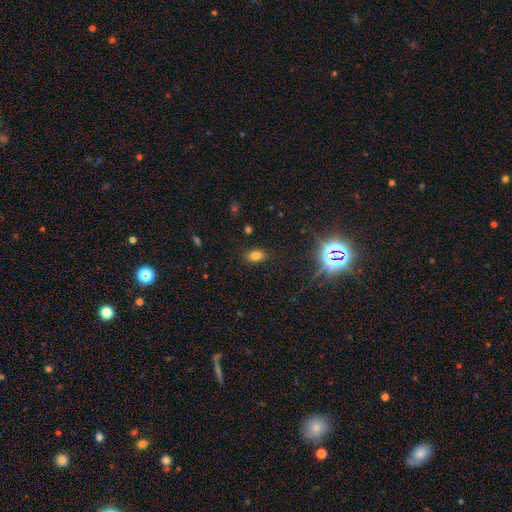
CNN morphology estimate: A smooth galaxy with no disk features (74%) that is in between round and cigar-shaped (85%).

Vote fractions:
- Smooth or featured? smooth: 74% / star or artifact: 18% / featured or disk: 8%
- How rounded? in between: 85% / round: 13% / cigar-shaped: 2%
- Merging? none: 84% / minor disturbance: 11% / major disturbance: 3% / merger: 2%